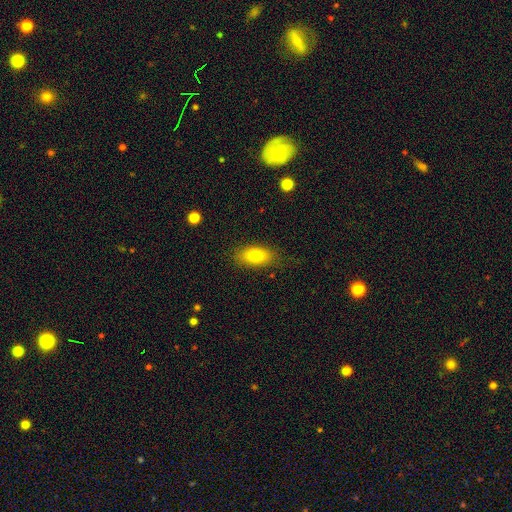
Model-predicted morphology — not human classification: This is likely a smooth galaxy (78%). How rounded: clearly in between (86%). Merging: clearly none (81%).